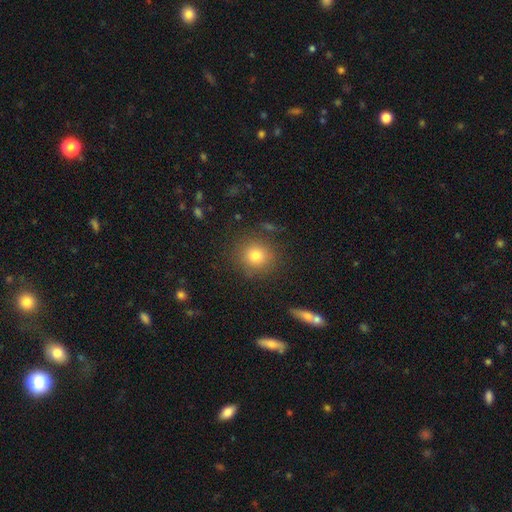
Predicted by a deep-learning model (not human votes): Smooth or featured? Predicted: smooth (p=0.79). How rounded? Predicted: round (p=0.90). Merging? Predicted: none (p=0.85).